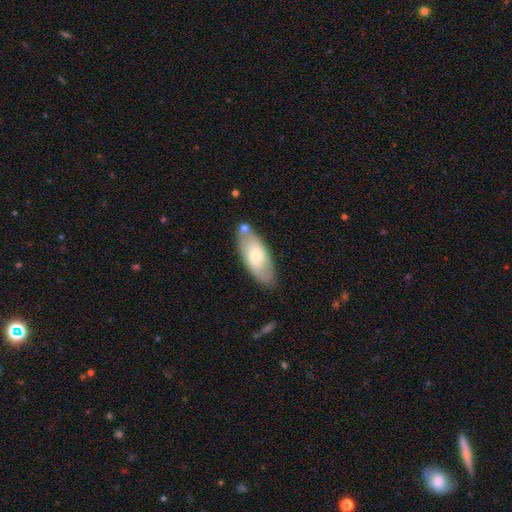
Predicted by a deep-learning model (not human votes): Smooth or featured? Predicted: smooth (p=0.65). How rounded? Predicted: in between (p=0.81). Merging? Predicted: none (p=0.74).